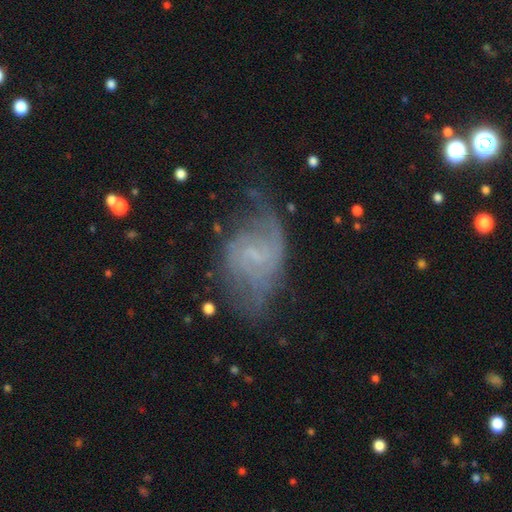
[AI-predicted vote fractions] featured or disk 72%, smooth 18%, star or artifact 10%. Down the decision tree: edge-on disk — no (97%); bar — weak (48%); spiral arms — yes (85%); spiral arm count — 2 (55%); spiral winding — medium (41%); bulge size — small (49%); merging — none (48%).